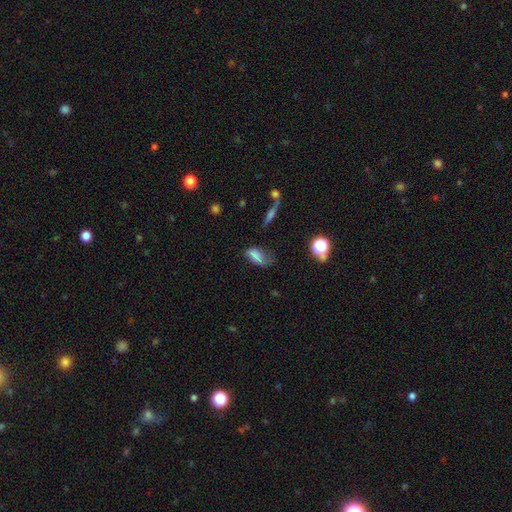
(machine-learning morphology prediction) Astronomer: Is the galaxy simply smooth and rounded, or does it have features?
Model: smooth — 66%.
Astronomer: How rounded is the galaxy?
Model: in between — 87%.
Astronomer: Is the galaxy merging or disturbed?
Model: none — 36% (runner-up: minor disturbance, 34%).